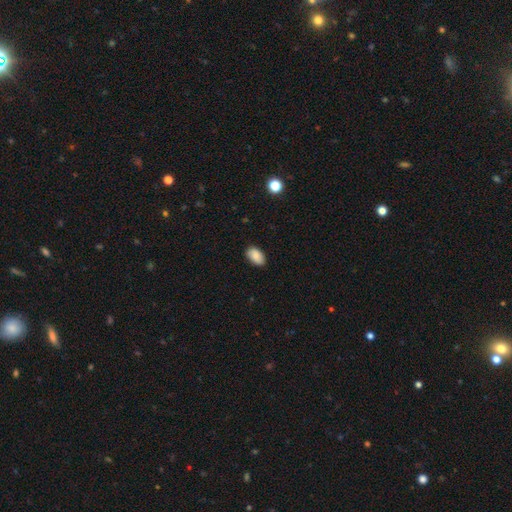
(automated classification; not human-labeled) Smooth or featured? Predicted: smooth (p=0.87). How rounded? Predicted: in between (p=0.93). Merging? Predicted: none (p=0.85).